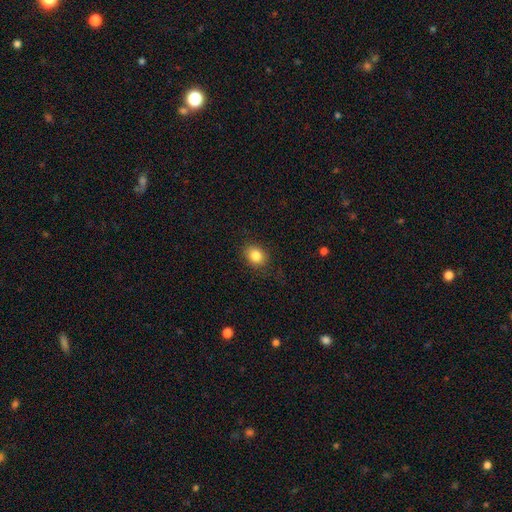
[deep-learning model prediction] smooth 84%, star or artifact 10%, featured or disk 6%. Down the decision tree: how rounded — round (55%); merging — none (83%).